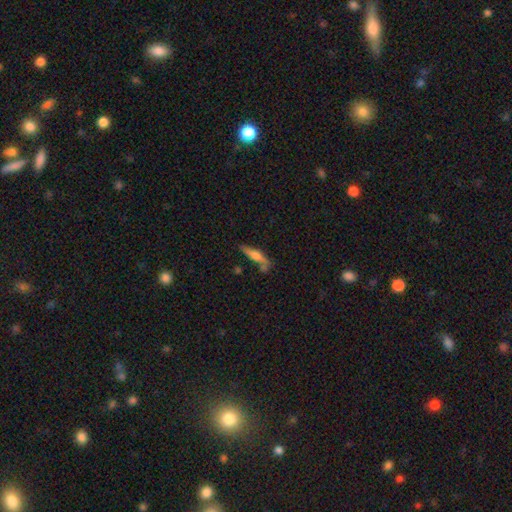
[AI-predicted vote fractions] This is possibly a smooth galaxy (48%). Merging: likely none (62%).